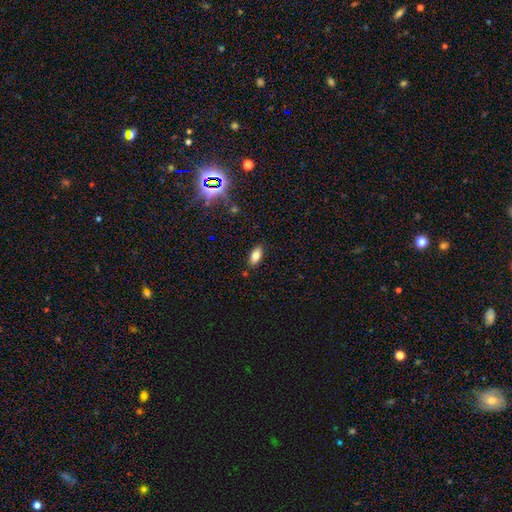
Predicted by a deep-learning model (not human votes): Smooth or featured?
  - smooth: 79% *
  - featured or disk: 11%
  - star or artifact: 10%
How rounded?
  - in between: 88% *
  - cigar-shaped: 8%
  - round: 3%
Merging?
  - none: 85% *
  - minor disturbance: 11%
  - major disturbance: 2%
  - merger: 2%